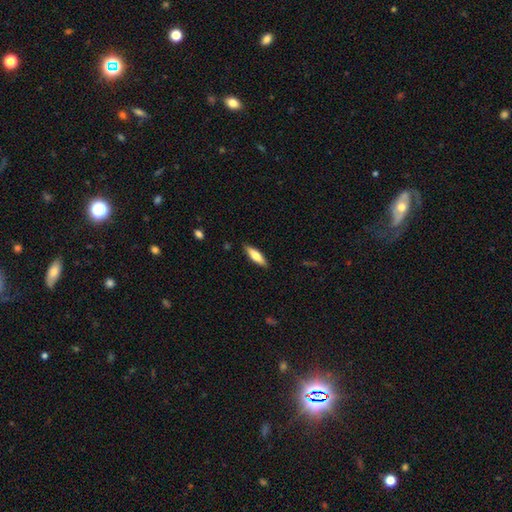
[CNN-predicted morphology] Smooth or featured? smooth (71%)
How rounded? cigar-shaped (57%)
Merging? none (86%)